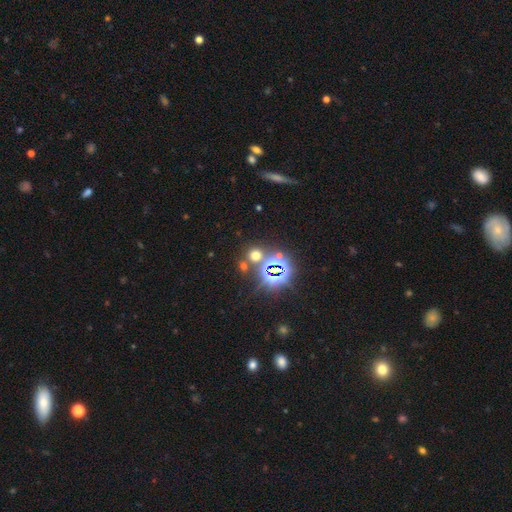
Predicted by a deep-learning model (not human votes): Smooth or featured?
  - smooth: 47% *
  - star or artifact: 46%
  - featured or disk: 7%
Merging?
  - none: 75% *
  - merger: 13%
  - minor disturbance: 8%
  - major disturbance: 4%